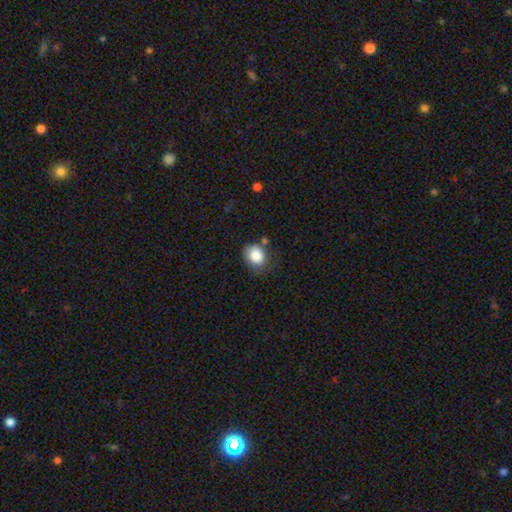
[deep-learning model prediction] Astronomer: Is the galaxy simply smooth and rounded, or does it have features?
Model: smooth — 85%.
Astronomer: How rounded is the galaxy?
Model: round — 50% (runner-up: in between, 49%).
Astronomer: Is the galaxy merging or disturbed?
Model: none — 65%.